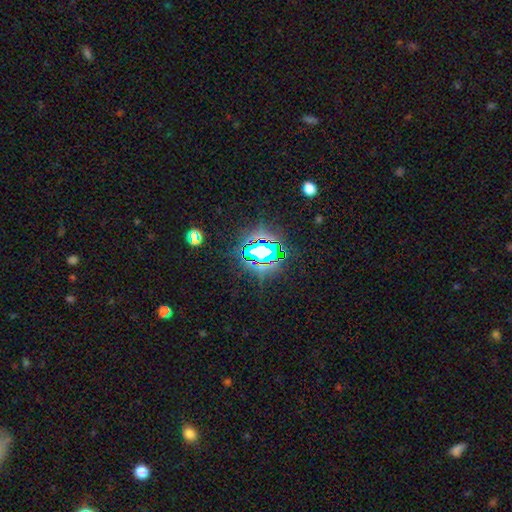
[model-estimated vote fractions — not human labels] Smooth or featured?
  - star or artifact: 81% *
  - smooth: 11%
  - featured or disk: 8%